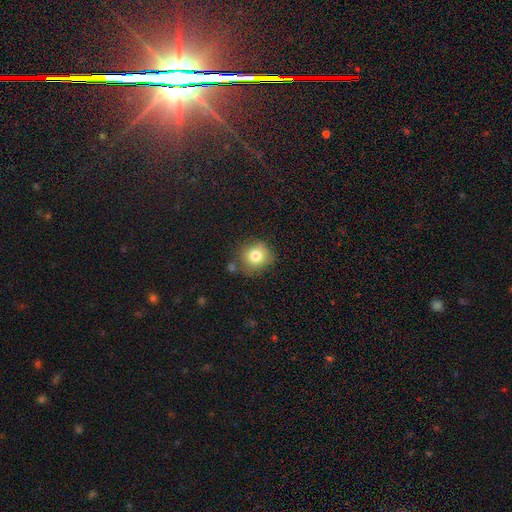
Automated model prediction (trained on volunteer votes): smooth_or_featured: smooth (p=0.80) [alt: star or artifact p=0.11]
how_rounded: round (p=0.82) [alt: in between p=0.17]
merging: none (p=0.70) [alt: minor disturbance p=0.19]